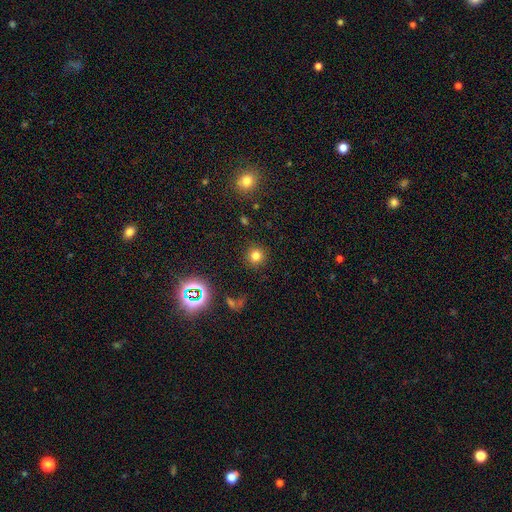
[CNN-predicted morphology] type=smooth (78%); roundness=round (93%); merging=none (90%).